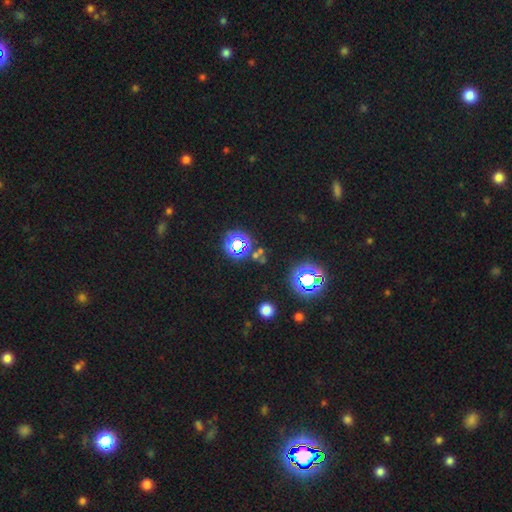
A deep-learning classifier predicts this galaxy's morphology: smooth_or_featured: star or artifact (p=0.70) [alt: smooth p=0.22]